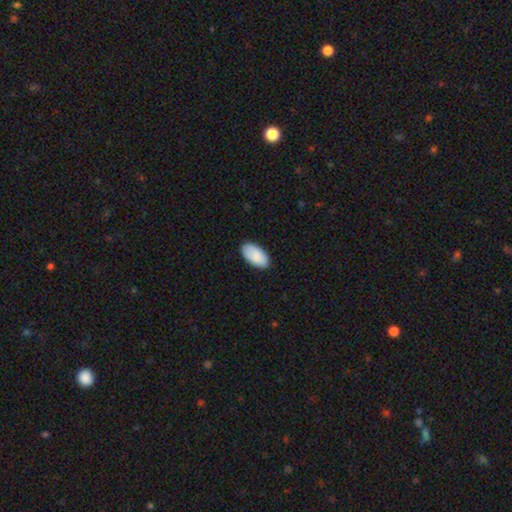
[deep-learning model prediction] Q: Smooth or featured?
A: smooth (90%); runner-up: star or artifact (6%)
Q: How rounded?
A: in between (96%); runner-up: round (2%)
Q: Merging?
A: none (86%); runner-up: minor disturbance (11%)